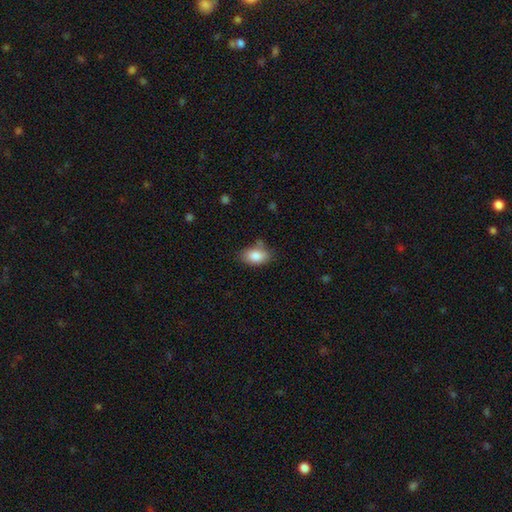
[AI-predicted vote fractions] This appears to be a smooth galaxy with no disk features (86%) that is in between round and cigar-shaped (89%). Merging: none (70%).